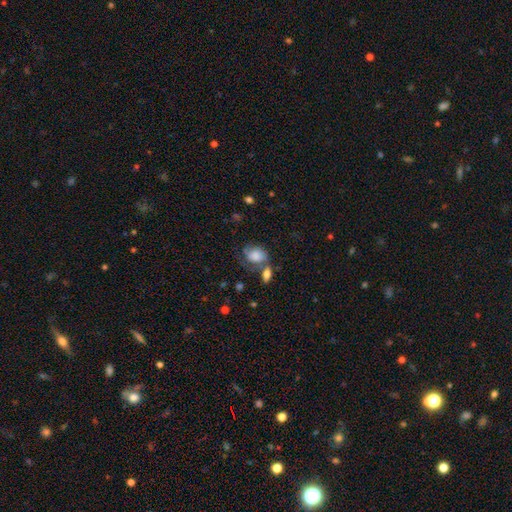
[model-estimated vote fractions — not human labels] smooth_or_featured: smooth (p=0.68) [alt: featured or disk p=0.24]
how_rounded: in between (p=0.66) [alt: round p=0.33]
merging: none (p=0.36) [alt: minor disturbance p=0.25]